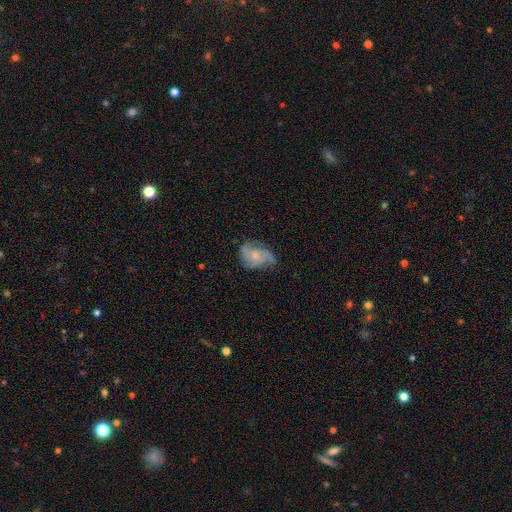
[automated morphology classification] smooth-or-featured: featured or disk: 71% | smooth: 21% | star or artifact: 8%
  disk-edge-on: no: 98% | yes: 2%
    bar: no: 74% | weak: 22% | strong: 3%
    has-spiral-arms: yes: 91% | no: 9%
      spiral-winding: medium: 46% | loose: 28% | tight: 26%
      spiral-arm-count: 3: 42% | can't tell: 18% | 2: 18% | 4: 13% | 1: 5% | more than 4: 5%
    bulge-size: small: 56% | moderate: 31% | none: 9% | large: 2% | dominant: 1%
  merging: none: 56% | minor disturbance: 27% | major disturbance: 15% | merger: 2%